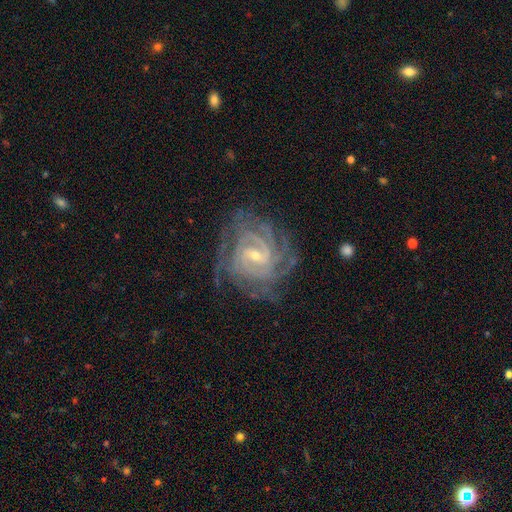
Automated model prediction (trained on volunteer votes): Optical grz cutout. It shows a featured or disk galaxy (91%) with a weak bar (52%), 4 (26%) tight (75%) spiral arms (98%) and a small central bulge (69%). Merging: none (74%).